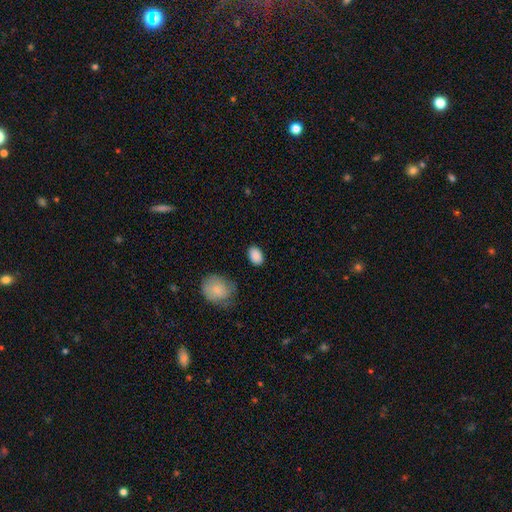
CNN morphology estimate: smooth-or-featured: smooth: 89% | star or artifact: 7% | featured or disk: 4%
  how-rounded: in between: 82% | round: 17% | cigar-shaped: 1%
  merging: none: 84% | minor disturbance: 11% | major disturbance: 3% | merger: 2%